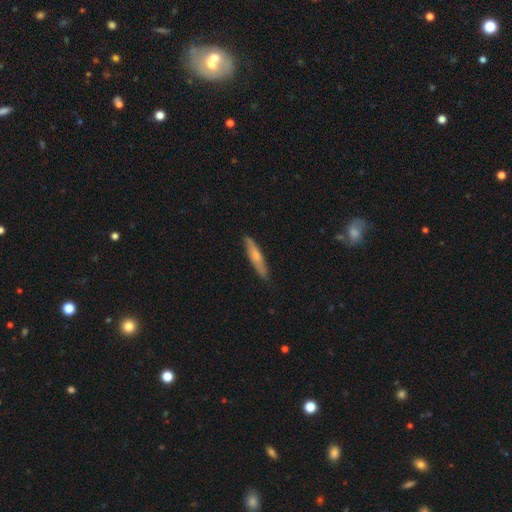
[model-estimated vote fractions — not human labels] smooth 56%, featured or disk 38%, star or artifact 5%. Down the decision tree: how rounded — cigar-shaped (88%); merging — none (86%).